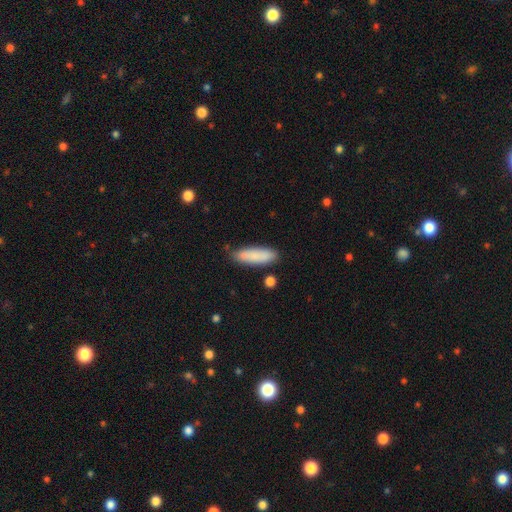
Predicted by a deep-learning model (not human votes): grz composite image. It shows a smooth galaxy with no disk features (84%) that is cigar-shaped (53%). Merging: none (77%).